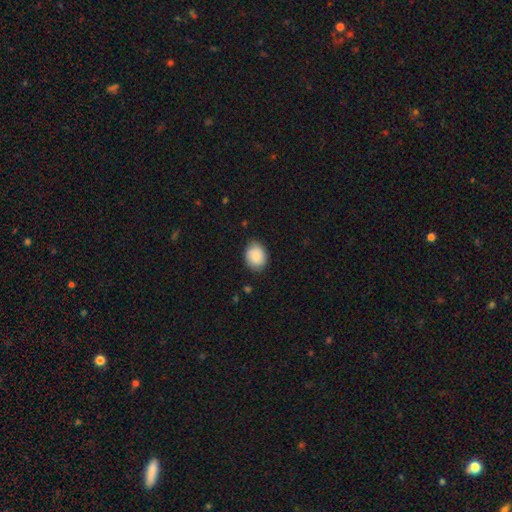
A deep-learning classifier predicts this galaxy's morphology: The model was most divided on "how rounded": in between: 52%, round: 47%, cigar-shaped: 1%. More confident: smooth or featured — smooth (88%); merging — none (82%).